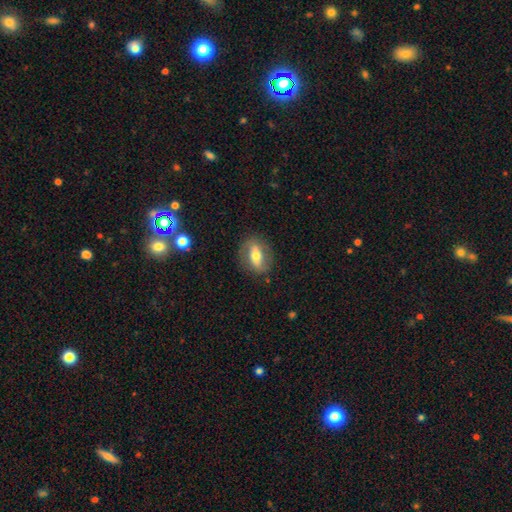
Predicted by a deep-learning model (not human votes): Smooth or featured? Predicted: smooth (p=0.48). Merging? Predicted: none (p=0.81).